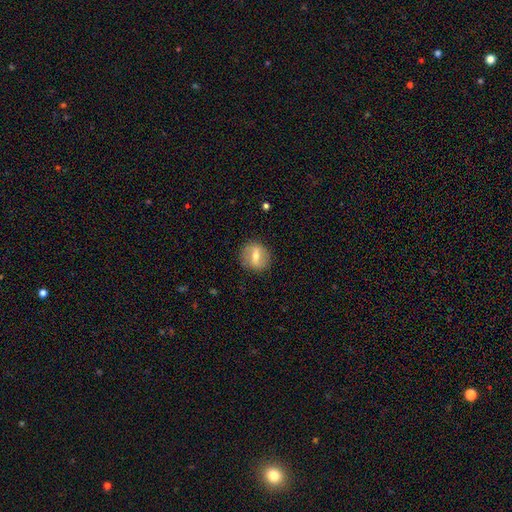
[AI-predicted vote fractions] Smooth or featured? Predicted: featured or disk (p=0.48). Merging? Predicted: none (p=0.84).